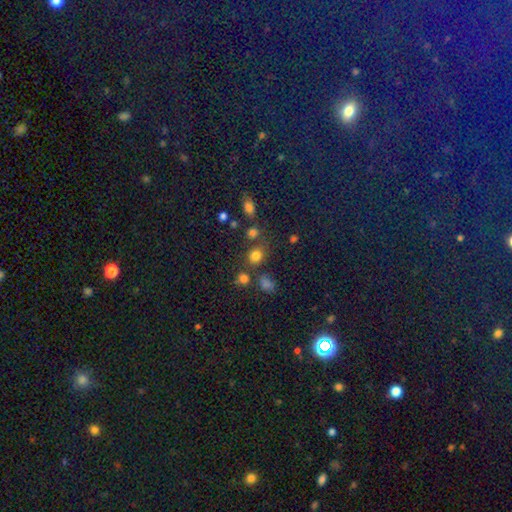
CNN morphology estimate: smooth_or_featured: smooth (p=0.77) [alt: star or artifact p=0.16]
how_rounded: round (p=0.70) [alt: in between p=0.29]
merging: none (p=0.69) [alt: merger p=0.13]